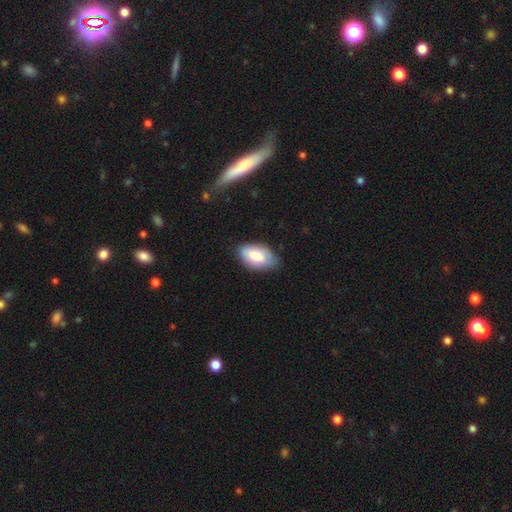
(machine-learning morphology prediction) Q: Smooth or featured?
A: smooth (77%); runner-up: featured or disk (17%)
Q: How rounded?
A: in between (94%); runner-up: round (4%)
Q: Merging?
A: none (75%); runner-up: minor disturbance (21%)